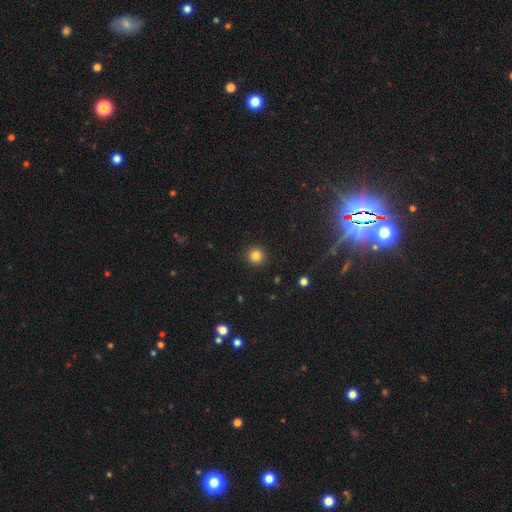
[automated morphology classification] smooth-or-featured: smooth: 83% | star or artifact: 12% | featured or disk: 5%
  how-rounded: round: 94% | in between: 5% | cigar-shaped: 1%
  merging: none: 92% | minor disturbance: 5% | major disturbance: 2% | merger: 1%